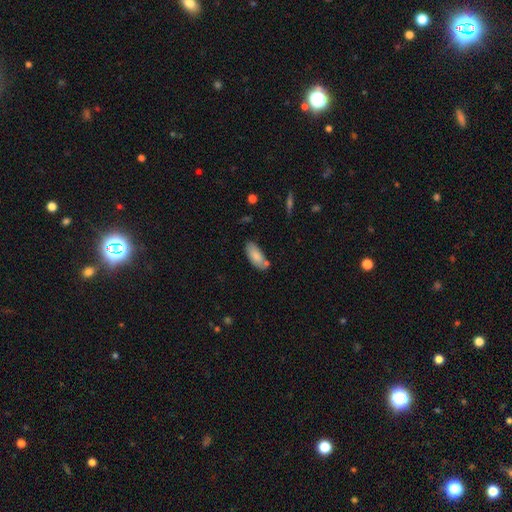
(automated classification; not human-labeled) smooth_or_featured: smooth (p=0.82) [alt: featured or disk p=0.11]
how_rounded: in between (p=0.87) [alt: cigar-shaped p=0.11]
merging: none (p=0.67) [alt: minor disturbance p=0.19]